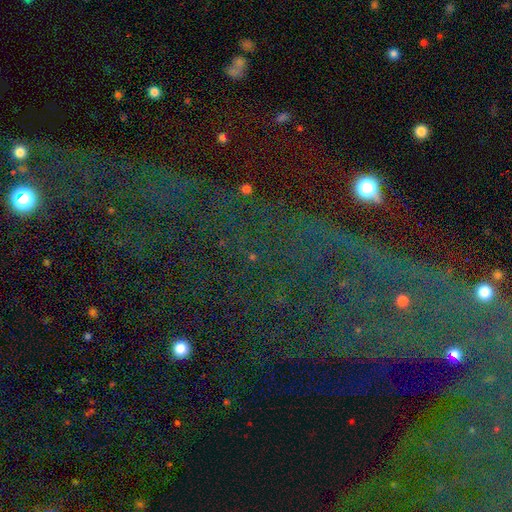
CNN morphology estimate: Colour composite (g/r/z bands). It shows a star or artifact, not a galaxy (75%).